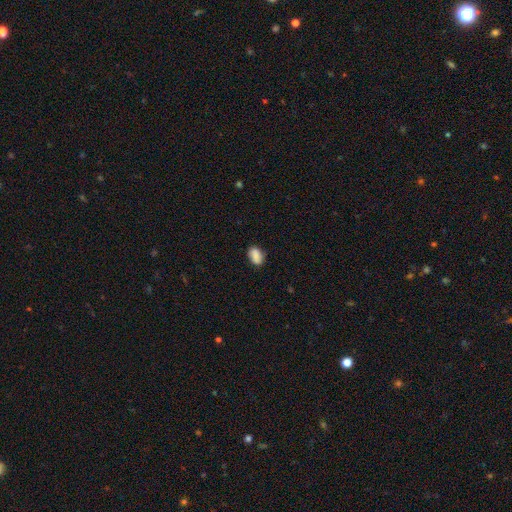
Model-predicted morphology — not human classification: smooth_or_featured: smooth (p=0.85) [alt: star or artifact p=0.08]
how_rounded: in between (p=0.86) [alt: round p=0.12]
merging: none (p=0.81) [alt: minor disturbance p=0.15]